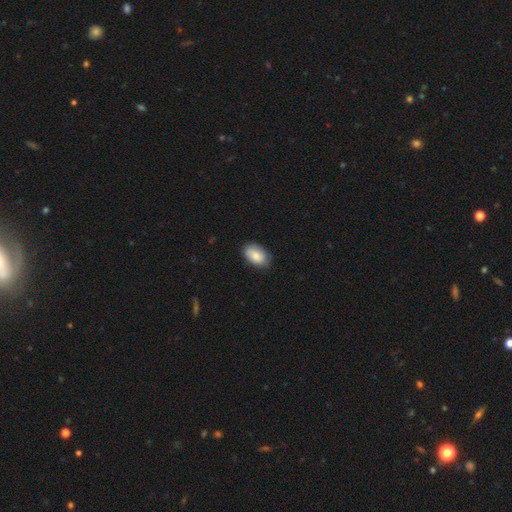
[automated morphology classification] A smooth galaxy with no disk features (83%) that is in between round and cigar-shaped (92%). Merging: none (81%).